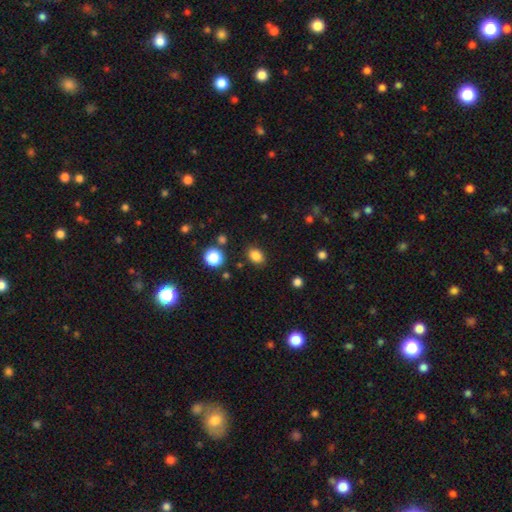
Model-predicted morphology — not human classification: This appears to be a smooth galaxy with no disk features (84%) that is in between round and cigar-shaped (66%). Merging: none (84%).